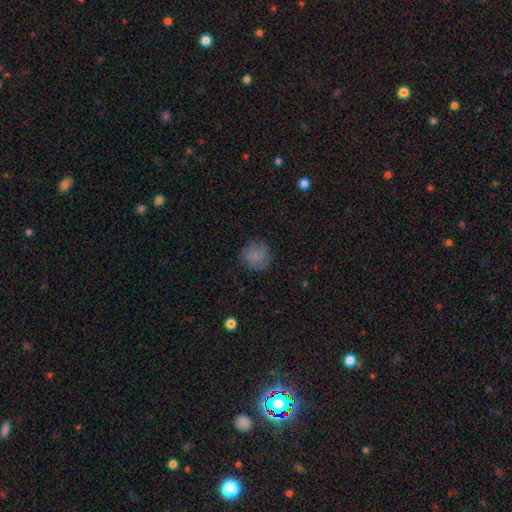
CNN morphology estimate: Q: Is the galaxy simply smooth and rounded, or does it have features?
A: smooth — 79%.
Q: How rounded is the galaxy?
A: round — 90%.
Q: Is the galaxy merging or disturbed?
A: none — 79%.